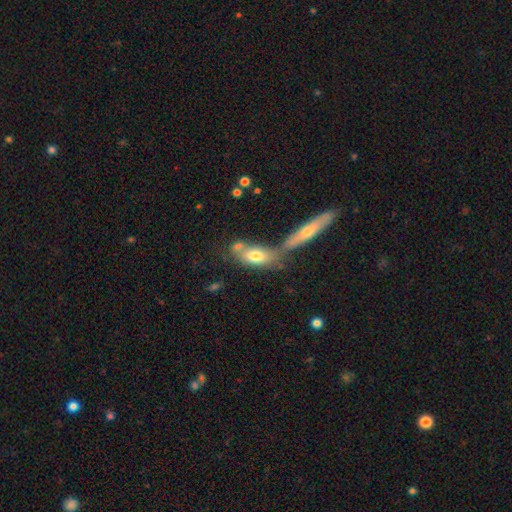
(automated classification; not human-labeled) This appears to be a smooth galaxy with no disk features (68%) that is in between round and cigar-shaped (73%). Merging: merger (42%).